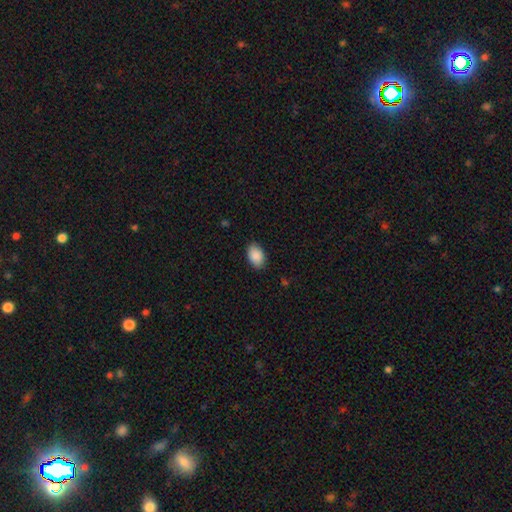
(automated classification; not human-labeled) The model was most divided on "merging": none: 87%, minor disturbance: 10%, major disturbance: 2%, merger: 1%. More confident: smooth or featured — smooth (90%); how rounded — in between (89%).